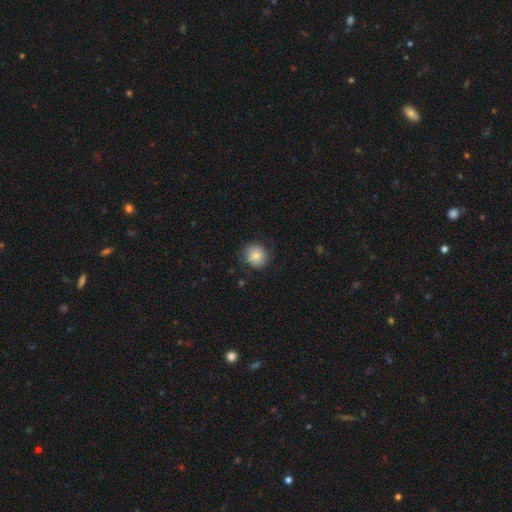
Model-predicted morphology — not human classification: smooth_or_featured: smooth (p=0.84) [alt: star or artifact p=0.08]
how_rounded: round (p=0.86) [alt: in between p=0.13]
merging: none (p=0.83) [alt: minor disturbance p=0.12]